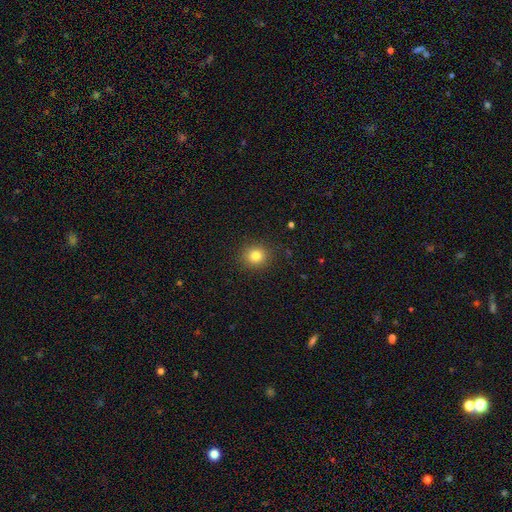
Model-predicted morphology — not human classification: This appears to be a smooth galaxy with no disk features (81%) that is round (86%). Merging: none (90%).